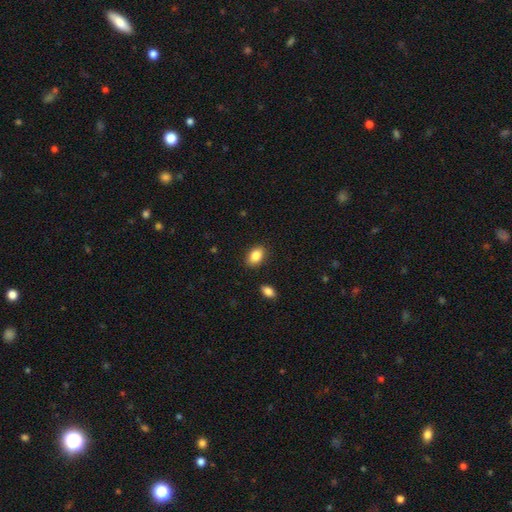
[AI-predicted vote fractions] Morphology: type=smooth (85%); roundness=in between (86%); merging=none (87%).